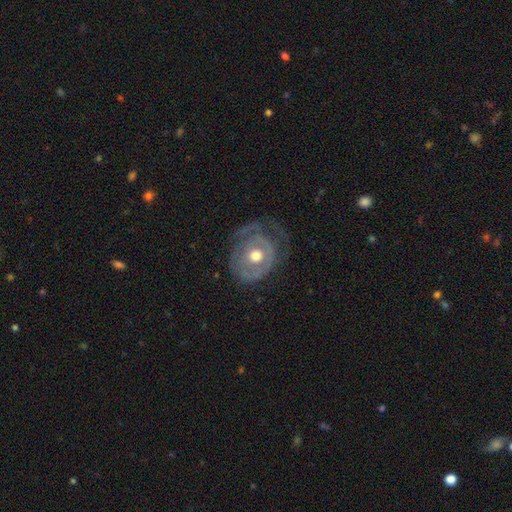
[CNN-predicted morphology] Smooth or featured?
  - featured or disk: 64% *
  - smooth: 30%
  - star or artifact: 6%
Edge-on disk?
  - no: 96% *
  - yes: 4%
Bar?
  - no: 87% *
  - weak: 11%
  - strong: 3%
Spiral arms?
  - no: 53% *
  - yes: 47%
Bulge size?
  - moderate: 71% *
  - large: 19%
  - small: 7%
  - dominant: 1%
  - none: 1%
Merging?
  - none: 45% *
  - major disturbance: 28%
  - minor disturbance: 26%
  - merger: 2%